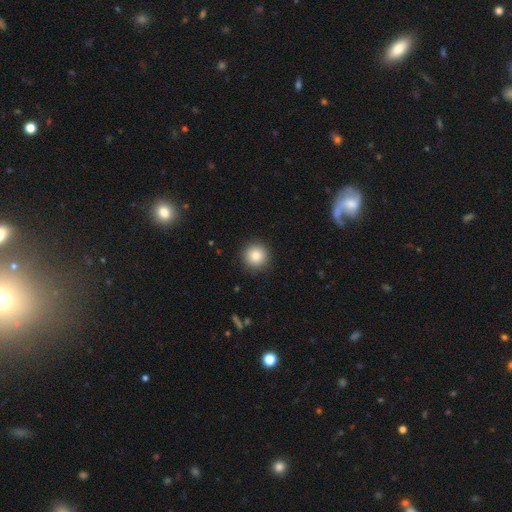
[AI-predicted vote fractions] Smooth or featured? smooth (85%)
How rounded? round (95%)
Merging? none (91%)